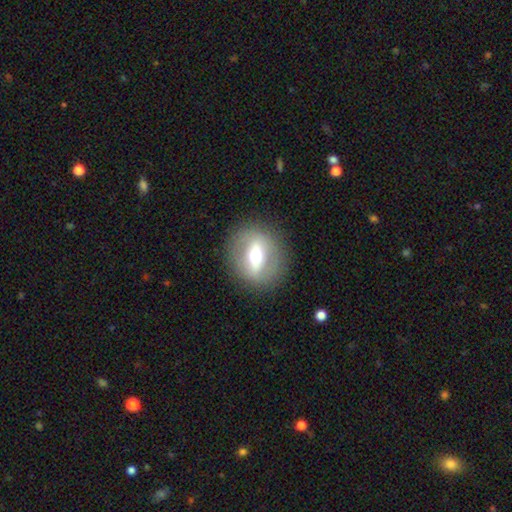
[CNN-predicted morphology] A featured or disk galaxy (58%). Merging: none (86%).